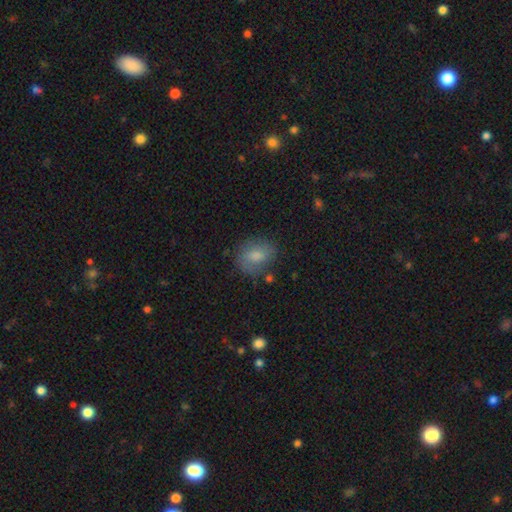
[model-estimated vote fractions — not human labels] The model was most divided on "how rounded": in between: 56%, round: 43%, cigar-shaped: 2%. More confident: smooth or featured — smooth (70%); merging — none (70%).